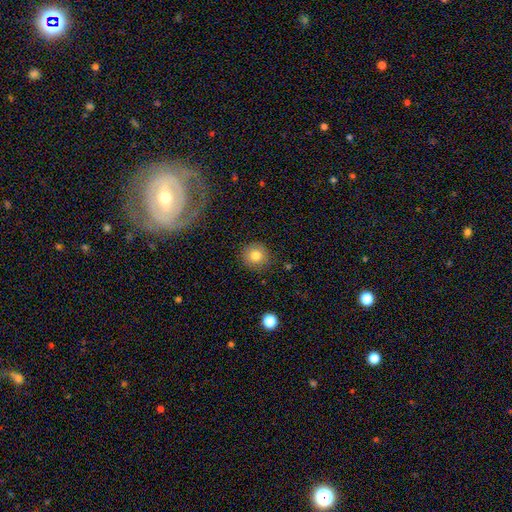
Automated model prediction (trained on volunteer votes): A smooth galaxy with no disk features (81%) that is round (92%). Merging: none (88%).